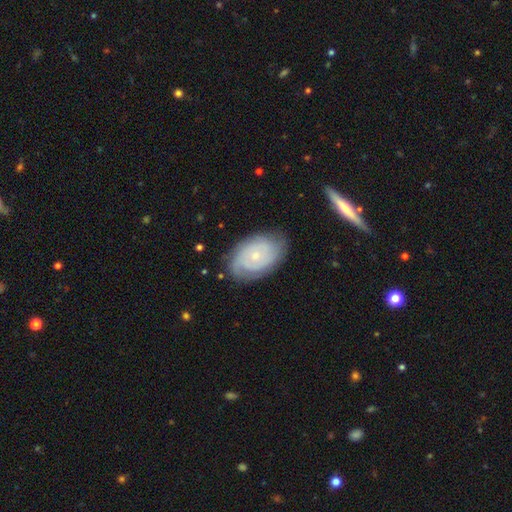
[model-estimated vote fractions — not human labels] Smooth or featured: featured or disk — 70% (smooth — 23%)
Edge-on disk: no — 95% (yes — 5%)
Bar: no — 79% (weak — 18%)
Spiral arms: yes — 90% (no — 10%)
Spiral winding: tight — 70% (medium — 23%)
Spiral arm count: can't tell — 39% (2 — 35%)
Bulge size: small — 74% (moderate — 21%)
Merging: none — 76% (minor disturbance — 18%)